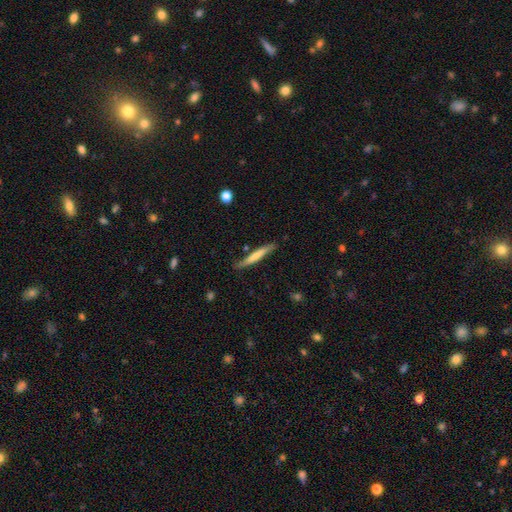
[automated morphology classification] smooth_or_featured: smooth (p=0.62) [alt: featured or disk p=0.33]
how_rounded: cigar-shaped (p=0.95) [alt: in between p=0.04]
merging: none (p=0.81) [alt: minor disturbance p=0.14]